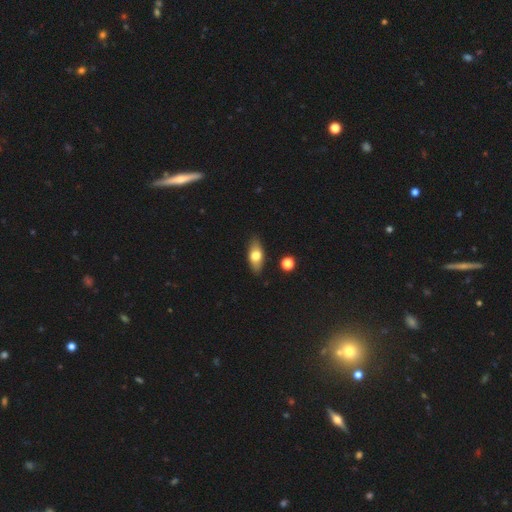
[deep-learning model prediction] smooth_or_featured: smooth (p=0.69) [alt: featured or disk p=0.24]
how_rounded: in between (p=0.81) [alt: cigar-shaped p=0.13]
merging: none (p=0.86) [alt: minor disturbance p=0.10]